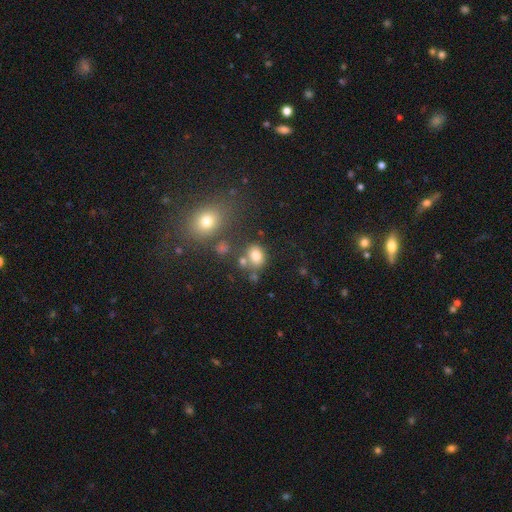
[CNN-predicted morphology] This appears to be a smooth galaxy with no disk features (77%) that is round (51%). Merging: none (64%).